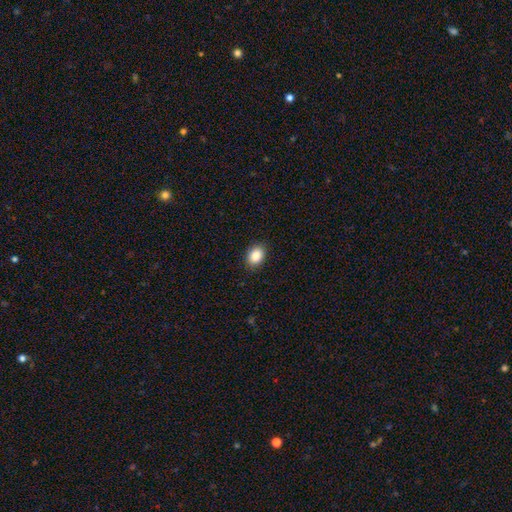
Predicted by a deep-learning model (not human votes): Smooth or featured? smooth (87%)
How rounded? in between (67%)
Merging? none (89%)